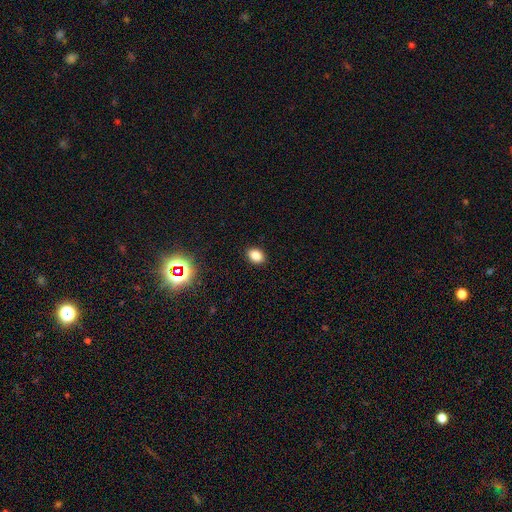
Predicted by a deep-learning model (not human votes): smooth_or_featured: smooth (p=0.83) [alt: star or artifact p=0.12]
how_rounded: in between (p=0.74) [alt: round p=0.25]
merging: none (p=0.90) [alt: minor disturbance p=0.07]